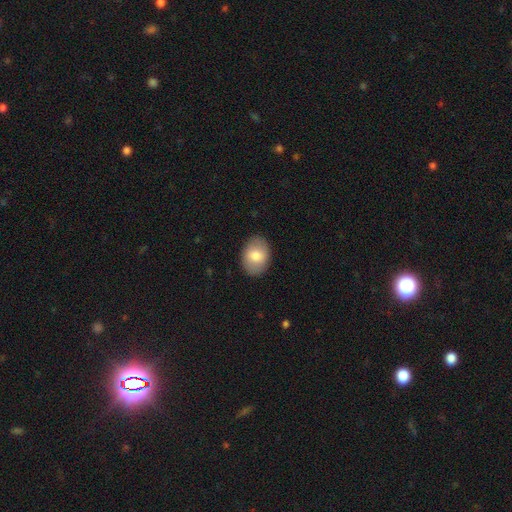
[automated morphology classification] This appears to be a smooth galaxy with no disk features (75%) that is in between round and cigar-shaped (77%). Merging: none (88%).